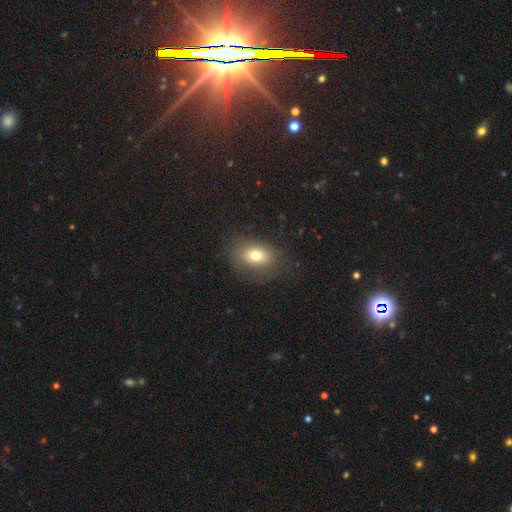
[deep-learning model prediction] smooth_or_featured: smooth (p=0.74) [alt: featured or disk p=0.14]
how_rounded: in between (p=0.71) [alt: round p=0.28]
merging: none (p=0.76) [alt: minor disturbance p=0.15]